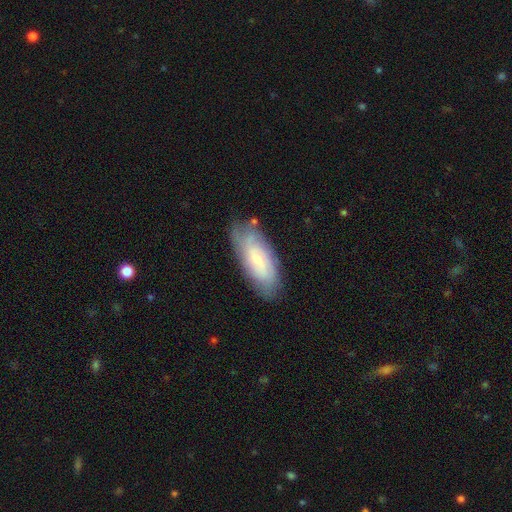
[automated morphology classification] featured or disk 51%, smooth 40%, star or artifact 8%. Down the decision tree: edge-on disk — no (83%); merging — none (79%).